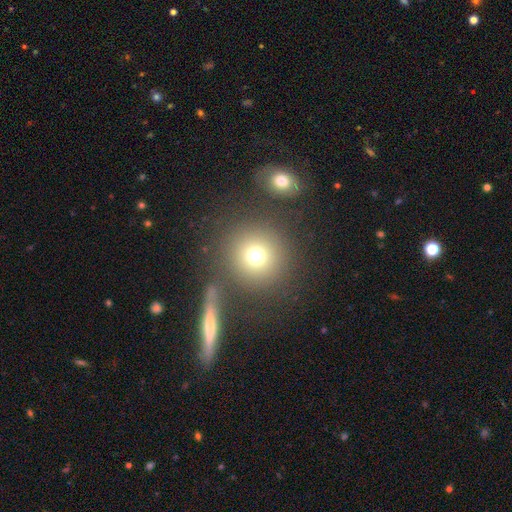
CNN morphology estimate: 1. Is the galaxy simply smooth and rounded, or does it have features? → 73% smooth, 16% star or artifact, 11% featured or disk.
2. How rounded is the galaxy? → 93% round, 6% in between, 1% cigar-shaped.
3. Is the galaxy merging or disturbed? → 76% none, 9% merger, 8% minor disturbance, 6% major disturbance.